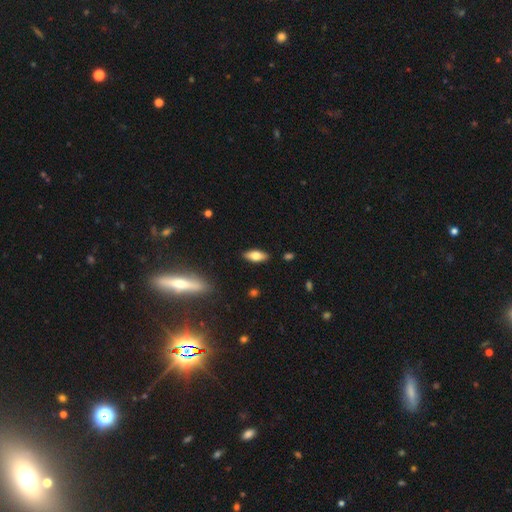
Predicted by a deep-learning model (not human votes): smooth_or_featured: smooth (p=0.68) [alt: featured or disk p=0.25]
how_rounded: in between (p=0.80) [alt: cigar-shaped p=0.18]
merging: none (p=0.88) [alt: minor disturbance p=0.09]